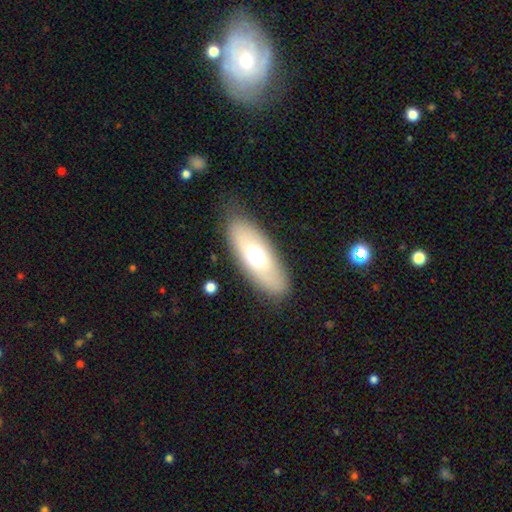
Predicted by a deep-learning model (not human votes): Morphology: type=smooth (59%); roundness=in between (78%); merging=none (83%).